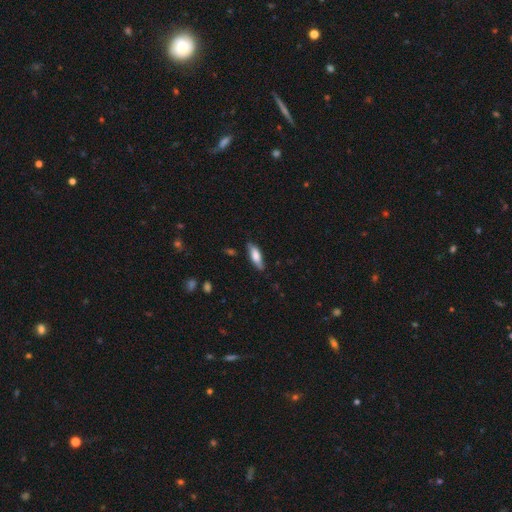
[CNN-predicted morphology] Smooth or featured? smooth (72%)
How rounded? in between (54%)
Merging? none (79%)